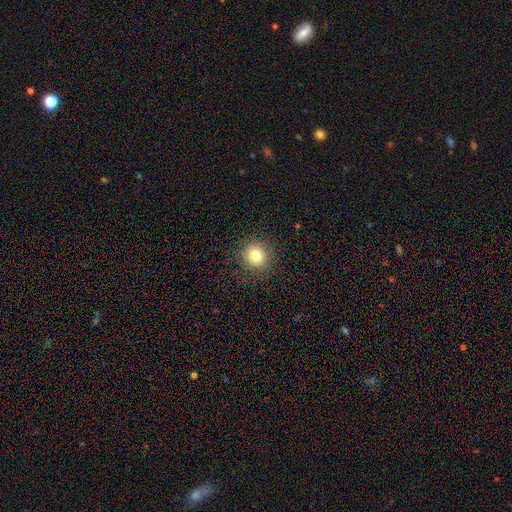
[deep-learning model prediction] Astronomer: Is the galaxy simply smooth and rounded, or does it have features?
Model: smooth — 78%.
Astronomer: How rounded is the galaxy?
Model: round — 87%.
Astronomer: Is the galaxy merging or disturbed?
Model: none — 88%.